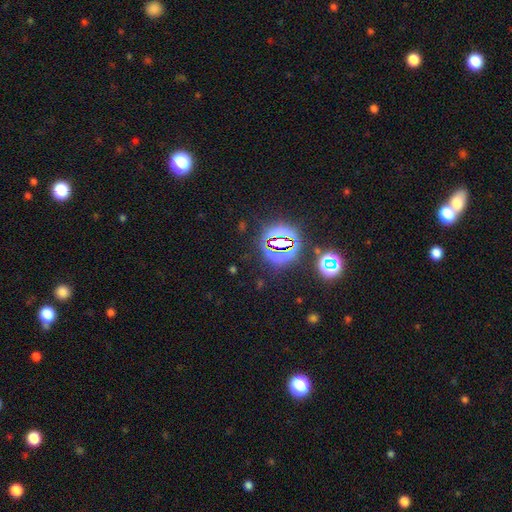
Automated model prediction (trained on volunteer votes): Overall: star or artifact (78%).